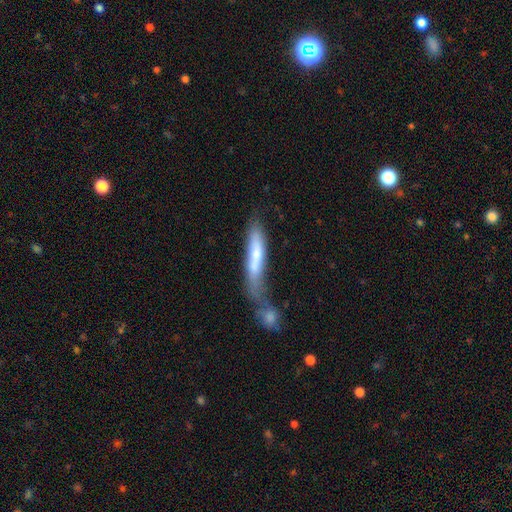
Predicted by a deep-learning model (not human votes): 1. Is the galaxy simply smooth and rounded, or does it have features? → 63% smooth, 31% featured or disk, 6% star or artifact.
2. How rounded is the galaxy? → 82% cigar-shaped, 17% in between, 2% round.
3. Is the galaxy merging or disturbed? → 46% merger, 27% none, 16% minor disturbance, 11% major disturbance.